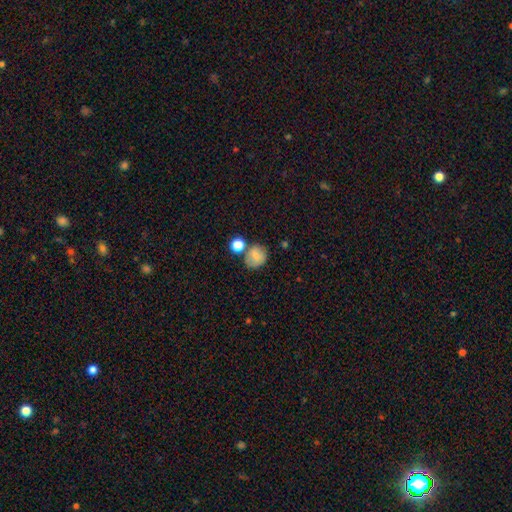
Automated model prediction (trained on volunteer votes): Smooth or featured: smooth — 79% (star or artifact — 11%)
How rounded: round — 75% (in between — 24%)
Merging: none — 62% (merger — 17%)